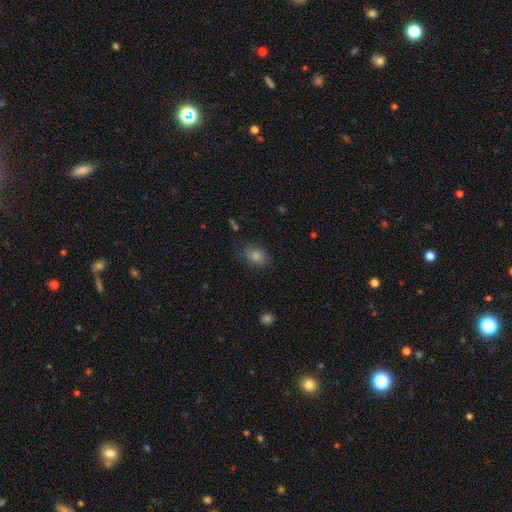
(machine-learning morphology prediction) This appears to be a smooth galaxy with no disk features (74%) that is in between round and cigar-shaped (63%). Merging: none (78%).